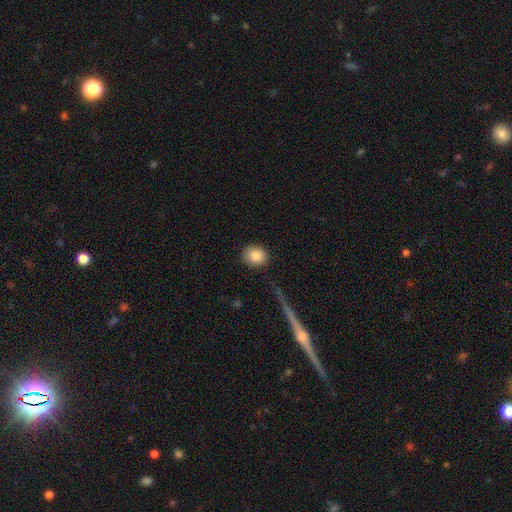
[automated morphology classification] Smooth or featured? Predicted: smooth (p=0.86). How rounded? Predicted: round (p=0.65). Merging? Predicted: none (p=0.86).